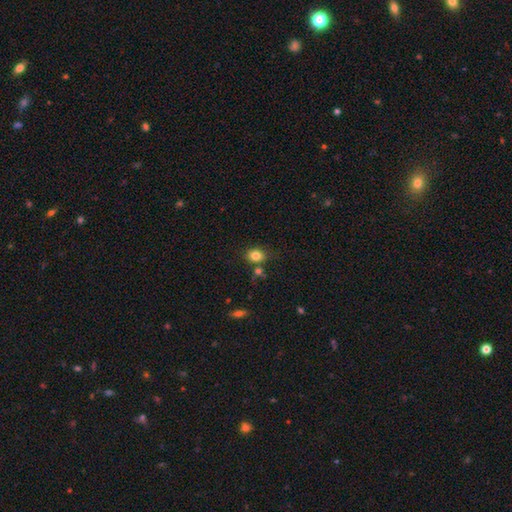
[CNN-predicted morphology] smooth-or-featured: smooth: 82% | star or artifact: 11% | featured or disk: 7%
  how-rounded: in between: 50% | round: 49% | cigar-shaped: 1%
  merging: none: 72% | minor disturbance: 14% | merger: 10% | major disturbance: 4%